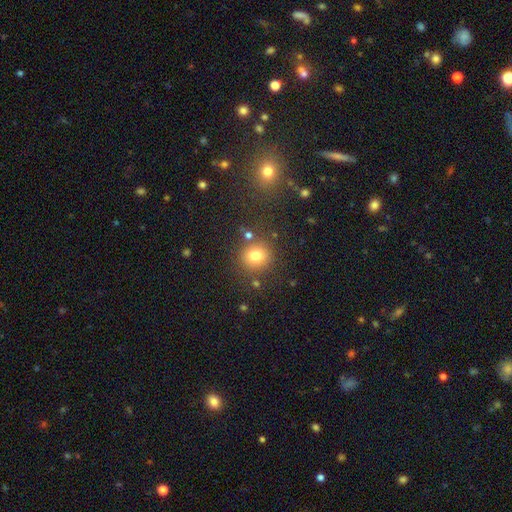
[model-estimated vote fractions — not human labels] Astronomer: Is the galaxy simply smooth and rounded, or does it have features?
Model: smooth — 77%.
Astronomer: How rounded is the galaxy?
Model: round — 90%.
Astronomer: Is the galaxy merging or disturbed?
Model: none — 82%.